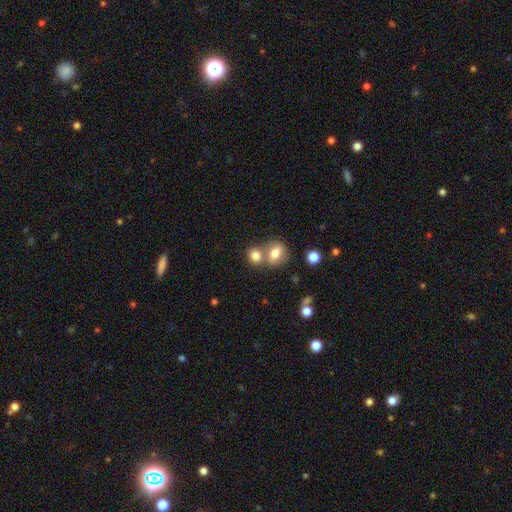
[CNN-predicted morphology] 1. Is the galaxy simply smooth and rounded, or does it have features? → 79% smooth, 11% featured or disk, 10% star or artifact.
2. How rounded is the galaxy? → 58% round, 41% in between, 1% cigar-shaped.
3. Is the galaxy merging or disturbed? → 47% merger, 41% none, 9% minor disturbance, 3% major disturbance.